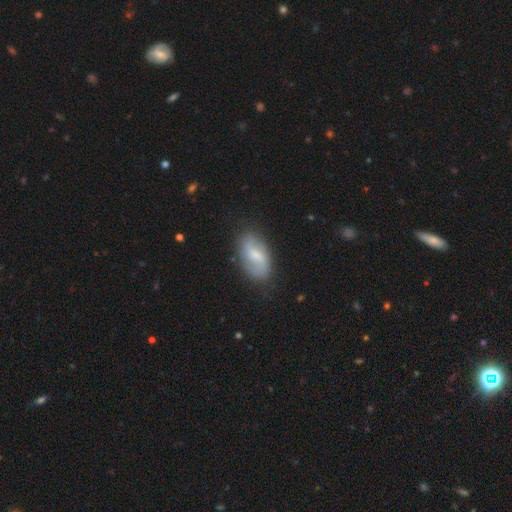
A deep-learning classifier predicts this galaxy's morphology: smooth_or_featured: featured or disk (p=0.50) [alt: smooth p=0.43]
merging: none (p=0.75) [alt: minor disturbance p=0.18]